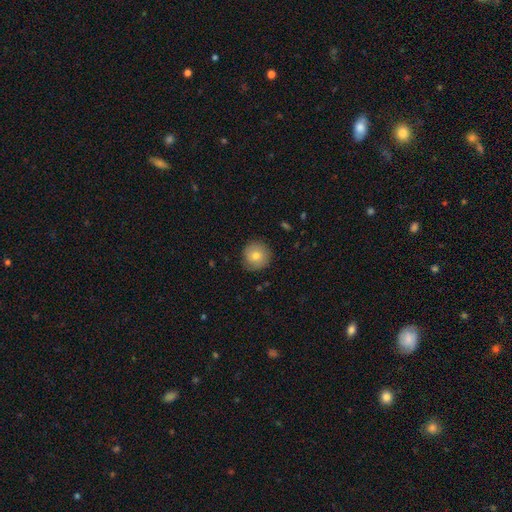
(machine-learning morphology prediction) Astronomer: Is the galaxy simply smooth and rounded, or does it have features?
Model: smooth — 76%.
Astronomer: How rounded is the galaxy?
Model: round — 94%.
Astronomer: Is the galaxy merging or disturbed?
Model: none — 84%.